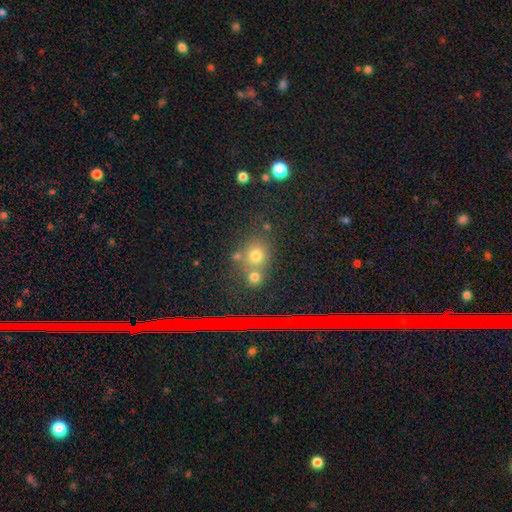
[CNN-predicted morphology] smooth-or-featured: smooth: 65% | star or artifact: 24% | featured or disk: 11%
  how-rounded: round: 76% | in between: 22% | cigar-shaped: 2%
  merging: none: 67% | merger: 19% | minor disturbance: 10% | major disturbance: 4%